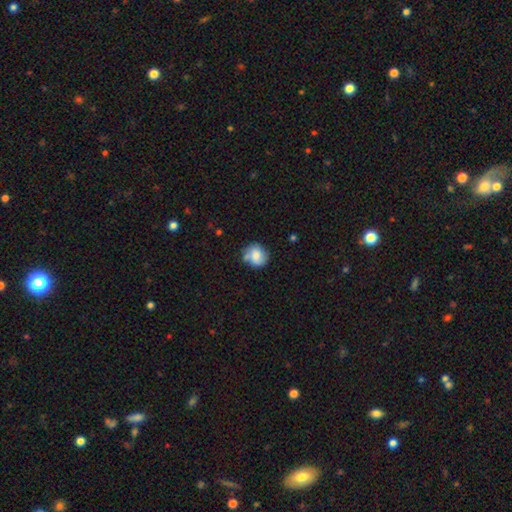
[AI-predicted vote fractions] A smooth galaxy with no disk features (71%) that is round (80%). Merging: none (60%).